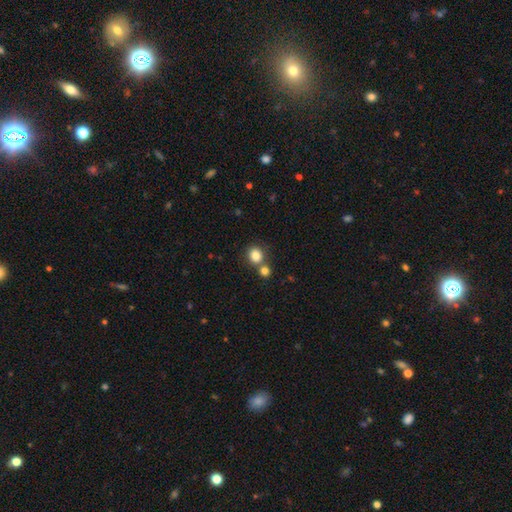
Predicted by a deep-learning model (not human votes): The model was most divided on "merging": none: 61%, merger: 28%, minor disturbance: 8%, major disturbance: 3%. More confident: smooth or featured — smooth (83%); how rounded — round (79%).